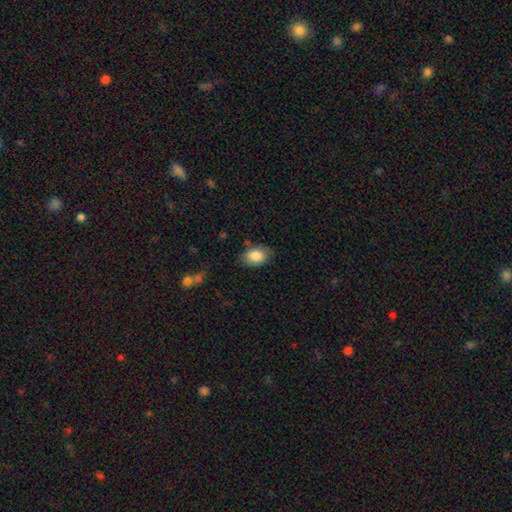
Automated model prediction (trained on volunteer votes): This appears to be a smooth galaxy with no disk features (84%) that is in between round and cigar-shaped (82%). Merging: none (78%).